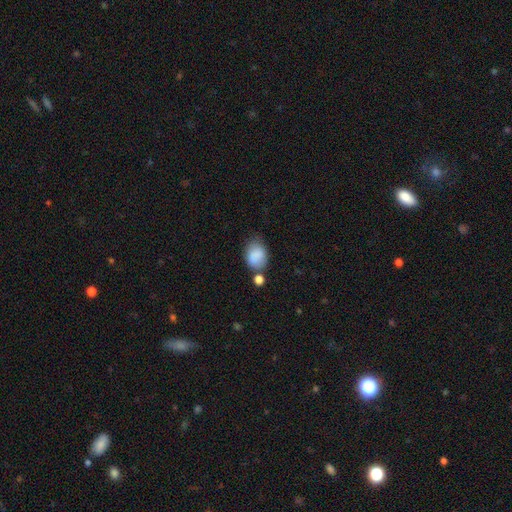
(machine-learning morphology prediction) smooth 84%, star or artifact 8%, featured or disk 8%. Down the decision tree: how rounded — in between (70%); merging — none (53%).